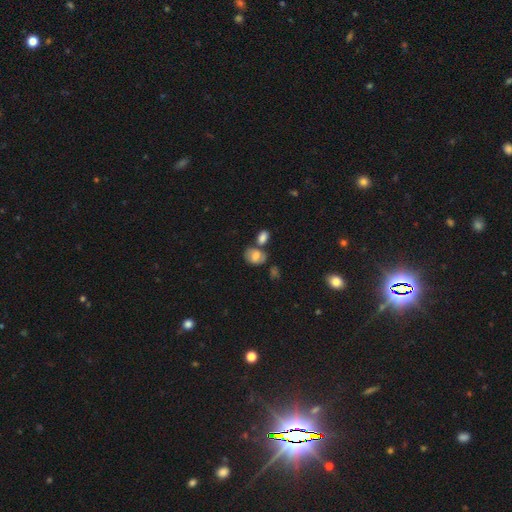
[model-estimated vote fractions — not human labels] Smooth or featured?
  - smooth: 67% *
  - featured or disk: 24%
  - star or artifact: 10%
How rounded?
  - in between: 71% *
  - round: 27%
  - cigar-shaped: 2%
Merging?
  - none: 49% *
  - merger: 28%
  - minor disturbance: 17%
  - major disturbance: 7%